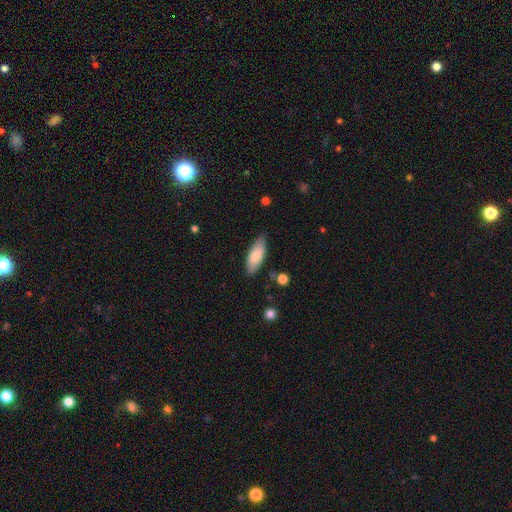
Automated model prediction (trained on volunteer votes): Smooth or featured? smooth (77%)
How rounded? in between (74%)
Merging? none (81%)